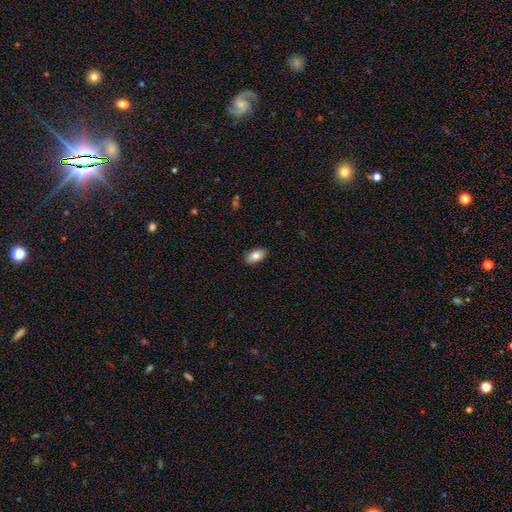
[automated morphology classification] Smooth or featured? smooth (84%)
How rounded? in between (93%)
Merging? none (88%)